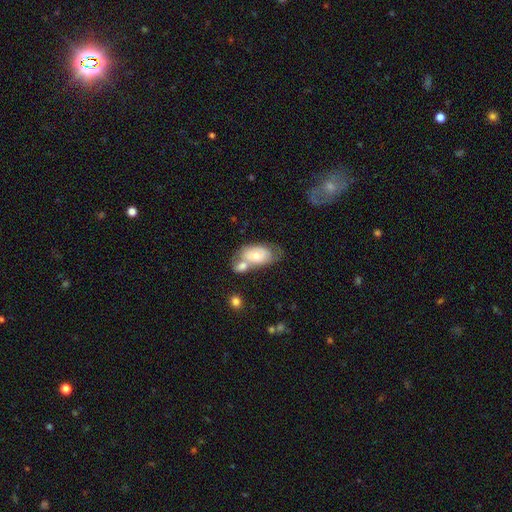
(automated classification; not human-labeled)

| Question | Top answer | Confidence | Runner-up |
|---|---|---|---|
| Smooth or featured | smooth | 59% | featured or disk (35%) |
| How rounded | in between | 90% | round (8%) |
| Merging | merger | 52% | none (25%) |